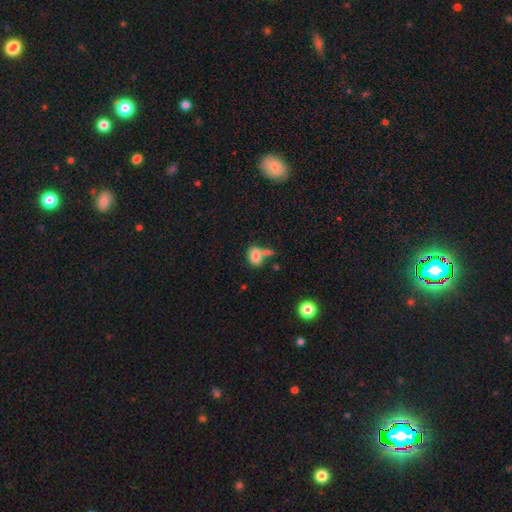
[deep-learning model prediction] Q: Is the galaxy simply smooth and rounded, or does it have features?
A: smooth — 79%.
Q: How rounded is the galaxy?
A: in between — 76%.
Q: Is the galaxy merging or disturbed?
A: none — 37%.